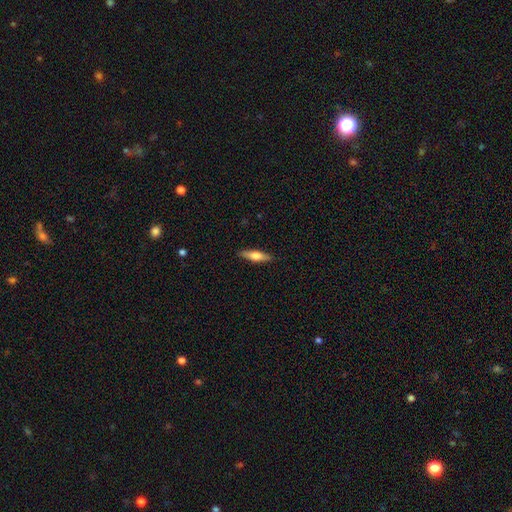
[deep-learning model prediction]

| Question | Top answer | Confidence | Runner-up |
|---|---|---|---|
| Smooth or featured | smooth | 52% | featured or disk (42%) |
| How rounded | cigar-shaped | 72% | in between (26%) |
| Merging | none | 89% | minor disturbance (8%) |